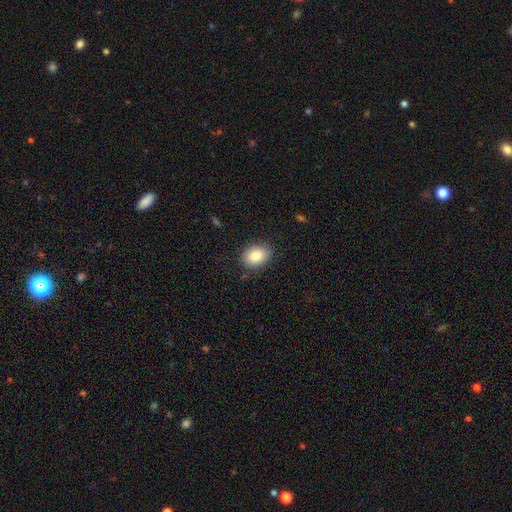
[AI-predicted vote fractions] A smooth galaxy with no disk features (85%) that is in between round and cigar-shaped (74%).

Vote fractions:
- Smooth or featured? smooth: 85% / star or artifact: 8% / featured or disk: 7%
- How rounded? in between: 74% / round: 25% / cigar-shaped: 1%
- Merging? none: 83% / minor disturbance: 13% / major disturbance: 3% / merger: 1%